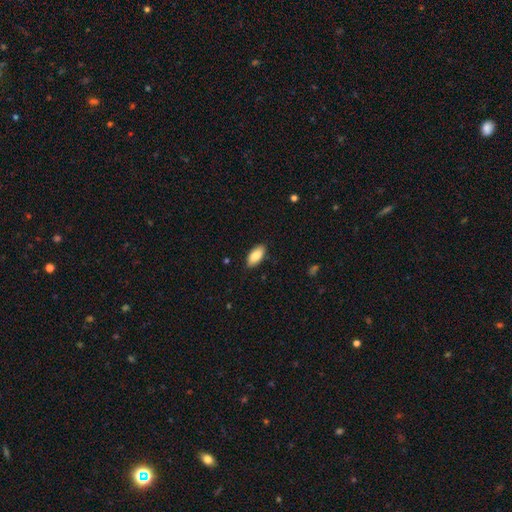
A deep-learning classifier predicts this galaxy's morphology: Smooth or featured? smooth (85%)
How rounded? in between (92%)
Merging? none (87%)